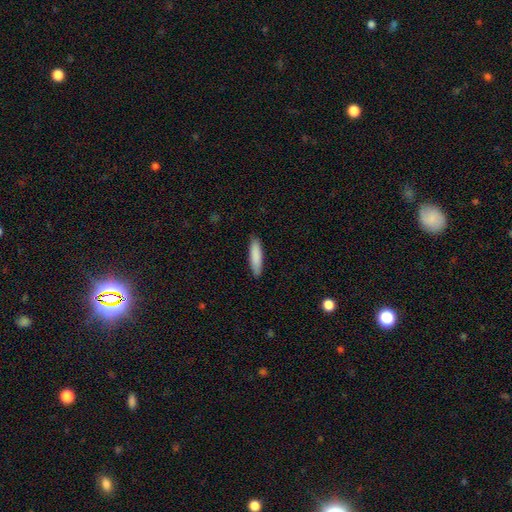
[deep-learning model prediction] Smooth or featured?
  - smooth: 86% *
  - featured or disk: 8%
  - star or artifact: 5%
How rounded?
  - cigar-shaped: 77% *
  - in between: 22%
  - round: 1%
Merging?
  - none: 88% *
  - minor disturbance: 9%
  - major disturbance: 2%
  - merger: 1%